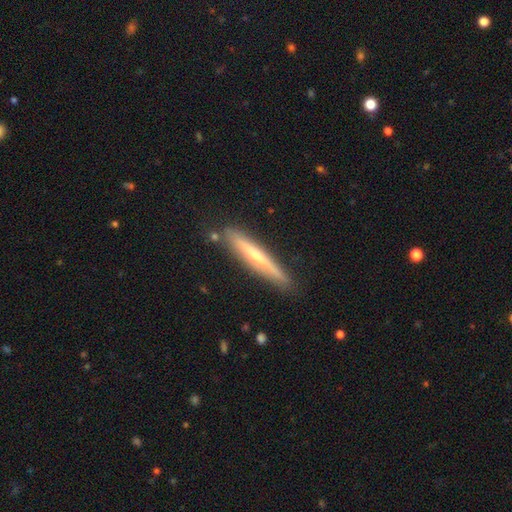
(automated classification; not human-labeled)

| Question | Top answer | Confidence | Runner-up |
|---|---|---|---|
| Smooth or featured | featured or disk | 57% | smooth (37%) |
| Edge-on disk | yes | 93% | no (7%) |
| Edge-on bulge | rounded | 60% | none (34%) |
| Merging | none | 84% | minor disturbance (11%) |